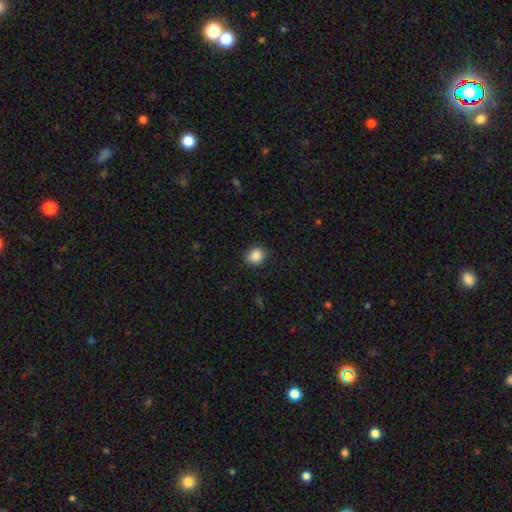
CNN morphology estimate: Smooth or featured? smooth (87%)
How rounded? round (79%)
Merging? none (84%)